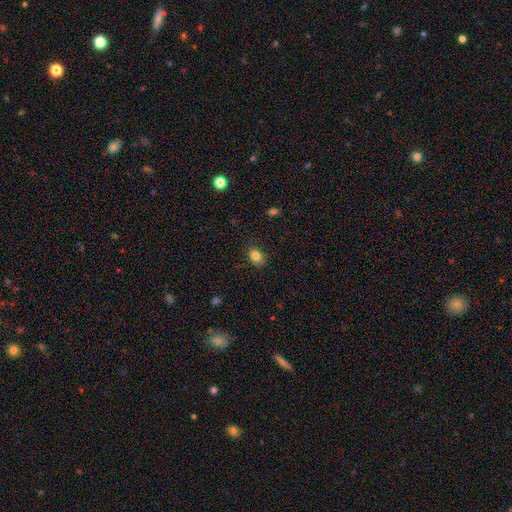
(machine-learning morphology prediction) type=smooth (84%); roundness=in between (72%); merging=none (80%).